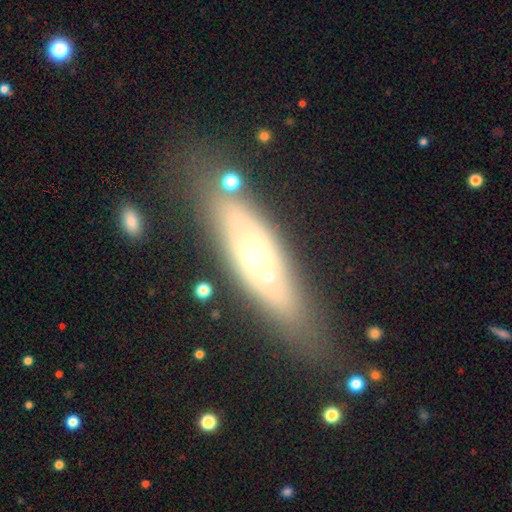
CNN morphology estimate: Overall: featured or disk (67%). Edge-on disk: no (72%). Merging: none (73%).